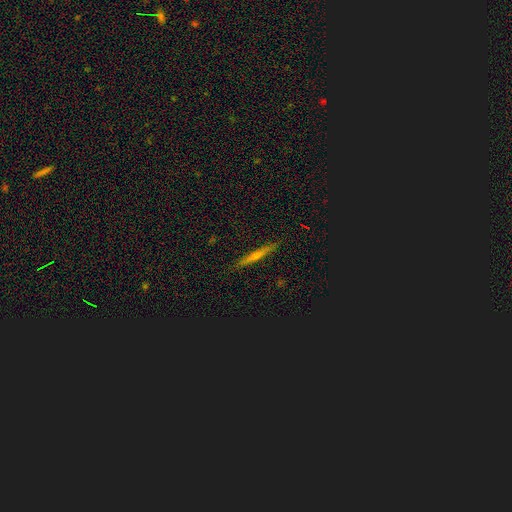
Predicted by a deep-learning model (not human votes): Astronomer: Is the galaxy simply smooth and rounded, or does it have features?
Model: featured or disk — 52% (runner-up: smooth, 35%).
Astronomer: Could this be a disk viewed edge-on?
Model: yes — 96%.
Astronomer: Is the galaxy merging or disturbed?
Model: none — 91%.